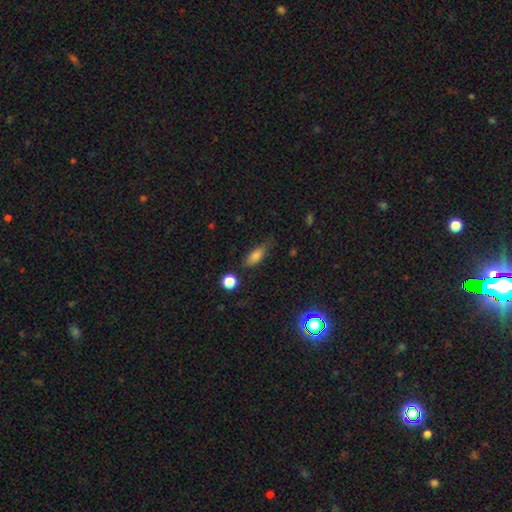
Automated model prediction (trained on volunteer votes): This appears to be a smooth galaxy with no disk features (76%) that is in between round and cigar-shaped (71%). Merging: none (63%).